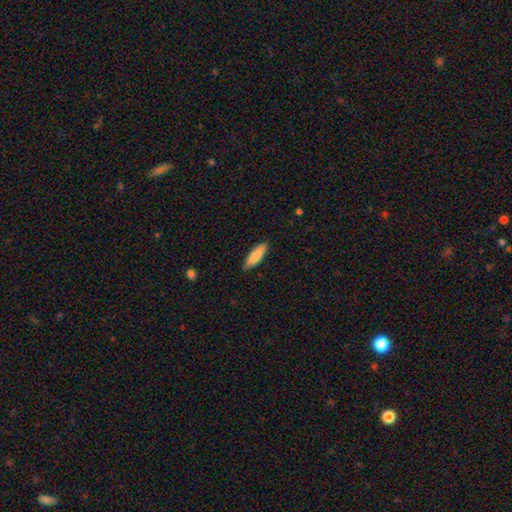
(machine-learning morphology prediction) smooth-or-featured: smooth: 83% | featured or disk: 12% | star or artifact: 5%
  how-rounded: cigar-shaped: 54% | in between: 44% | round: 2%
  merging: none: 88% | minor disturbance: 9% | major disturbance: 2% | merger: 1%